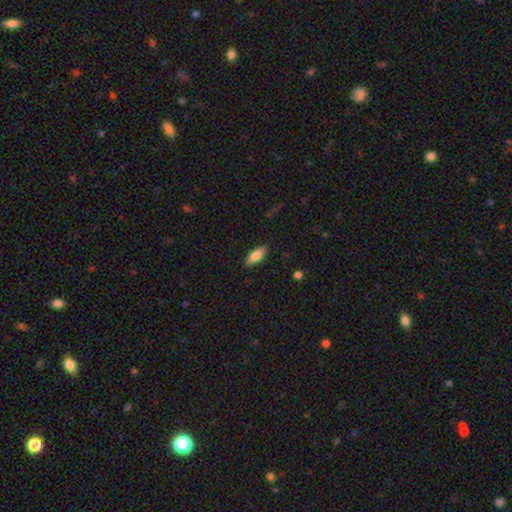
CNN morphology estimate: This is likely a smooth galaxy (77%). How rounded: likely in between (79%). Merging: clearly none (87%).